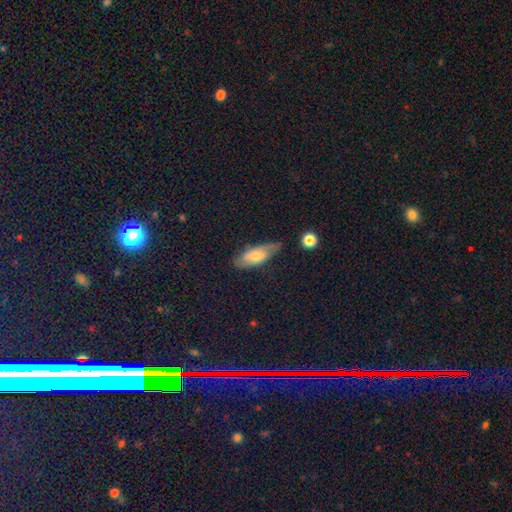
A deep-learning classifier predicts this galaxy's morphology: This is possibly a smooth galaxy (47%). Merging: likely none (70%).